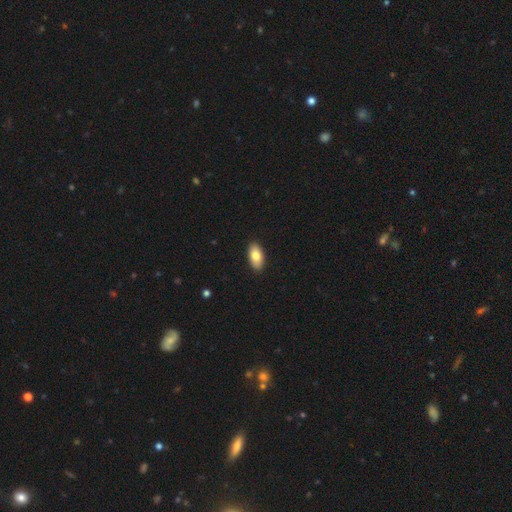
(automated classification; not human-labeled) smooth 81%, featured or disk 13%, star or artifact 6%. Down the decision tree: how rounded — in between (92%); merging — none (90%).